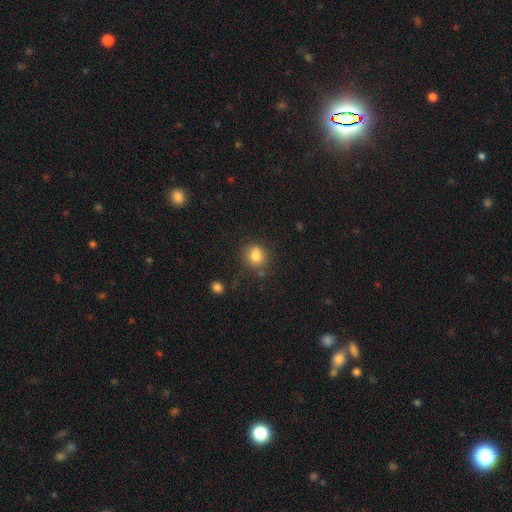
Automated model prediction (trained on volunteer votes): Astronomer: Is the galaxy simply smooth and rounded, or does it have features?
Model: smooth — 81%.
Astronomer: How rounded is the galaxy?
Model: round — 83%.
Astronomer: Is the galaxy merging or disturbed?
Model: none — 74%.